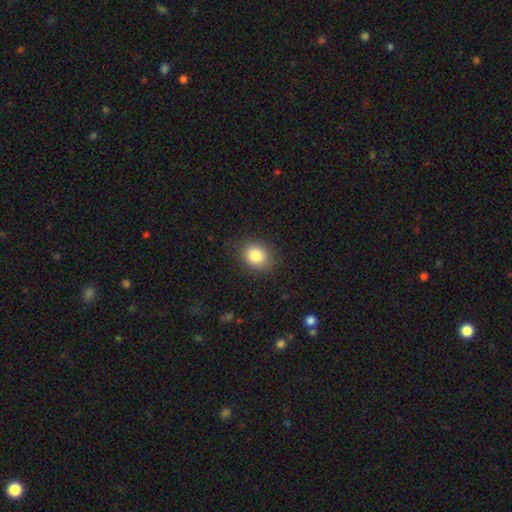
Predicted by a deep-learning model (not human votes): A smooth galaxy with no disk features (84%) that is round (61%).

Vote fractions:
- Smooth or featured? smooth: 84% / star or artifact: 9% / featured or disk: 7%
- How rounded? round: 61% / in between: 38% / cigar-shaped: 1%
- Merging? none: 85% / minor disturbance: 11% / major disturbance: 3% / merger: 1%